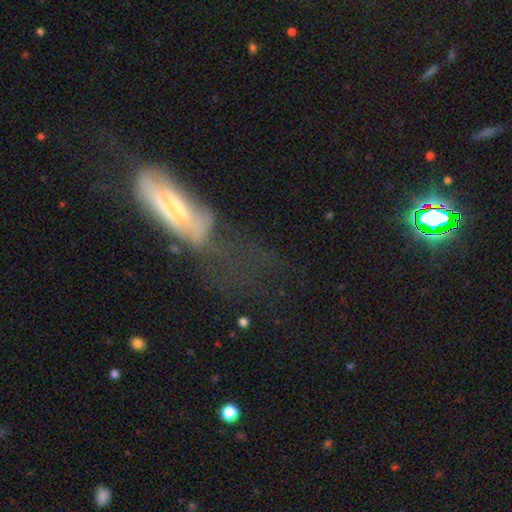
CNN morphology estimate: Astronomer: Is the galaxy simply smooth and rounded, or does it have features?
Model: featured or disk — 40% (runner-up: smooth, 39%).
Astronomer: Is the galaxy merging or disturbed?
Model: major disturbance — 44% (runner-up: none, 28%).